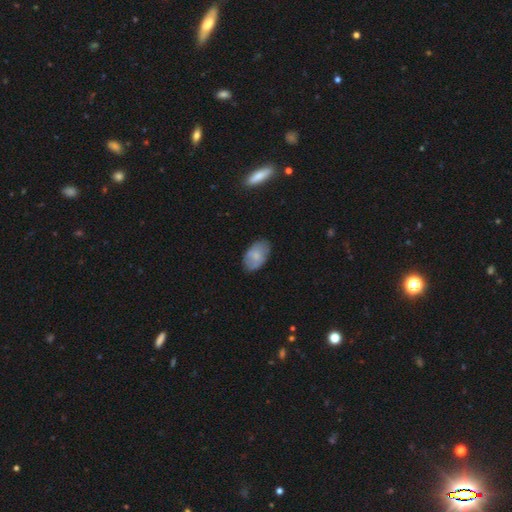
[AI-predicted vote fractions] smooth-or-featured: smooth: 72% | featured or disk: 21% | star or artifact: 7%
  how-rounded: in between: 91% | round: 8% | cigar-shaped: 1%
  merging: none: 75% | minor disturbance: 20% | major disturbance: 4% | merger: 1%